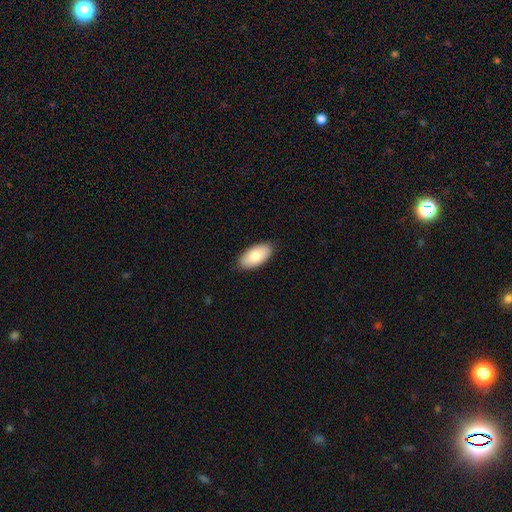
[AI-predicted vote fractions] Smooth or featured: smooth — 82% (featured or disk — 12%)
How rounded: in between — 95% (cigar-shaped — 3%)
Merging: none — 87% (minor disturbance — 10%)